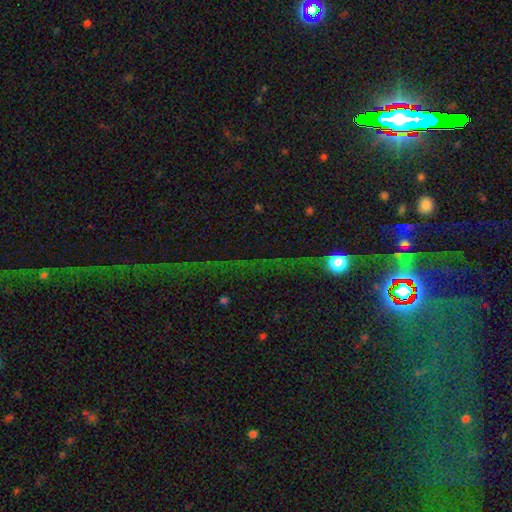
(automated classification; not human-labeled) Smooth or featured?
  - star or artifact: 70% *
  - featured or disk: 16%
  - smooth: 14%